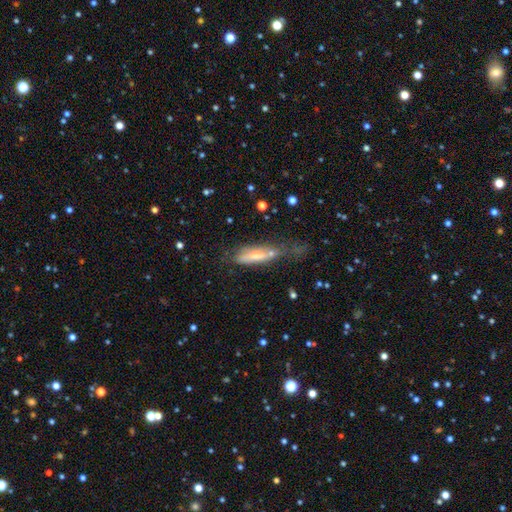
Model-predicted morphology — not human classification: A smooth galaxy with no disk features (59%) that is cigar-shaped (66%).

Vote fractions:
- Smooth or featured? smooth: 59% / featured or disk: 32% / star or artifact: 8%
- How rounded? cigar-shaped: 66% / in between: 32% / round: 2%
- Merging? none: 30% / minor disturbance: 28% / major disturbance: 28% / merger: 15%